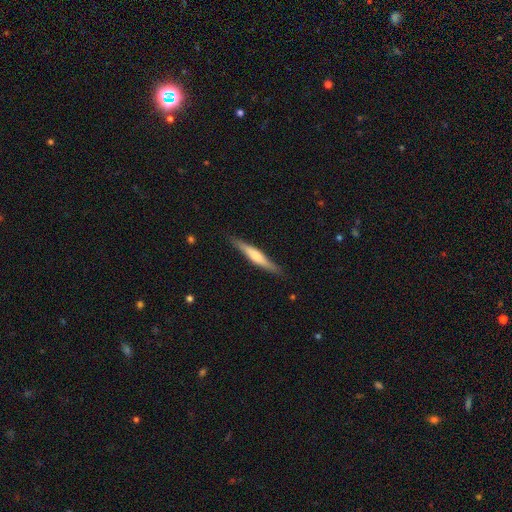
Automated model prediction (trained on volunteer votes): This appears to be a featured or disk galaxy (48%). Merging: none (87%).